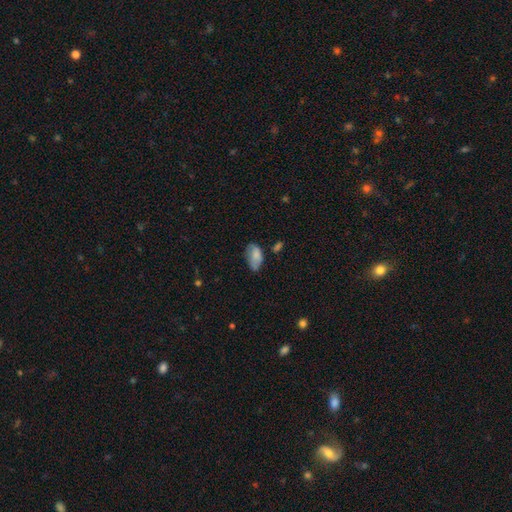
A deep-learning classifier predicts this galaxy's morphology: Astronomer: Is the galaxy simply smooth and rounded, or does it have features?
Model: smooth — 79%.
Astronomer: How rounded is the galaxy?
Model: in between — 93%.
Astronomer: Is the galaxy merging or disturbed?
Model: none — 48% (runner-up: minor disturbance, 36%).